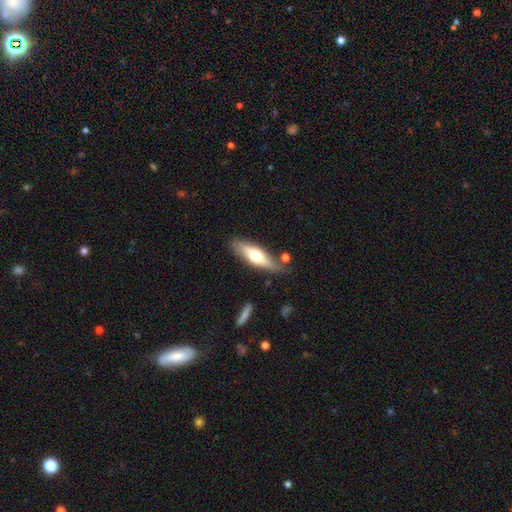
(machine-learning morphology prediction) The model was most divided on "smooth or featured": smooth: 52%, featured or disk: 42%, star or artifact: 6%. More confident: merging — none (78%); how rounded — cigar-shaped (58%).